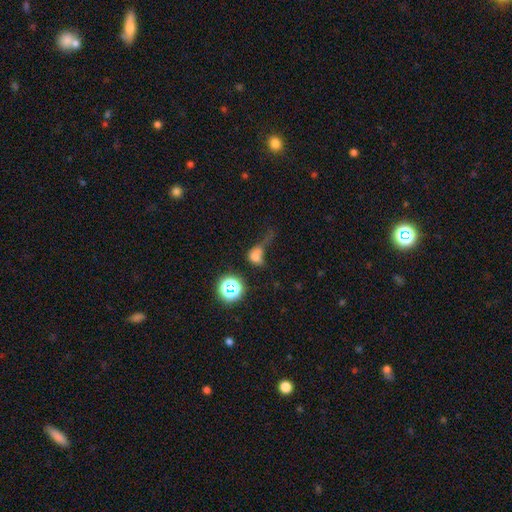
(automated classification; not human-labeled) A smooth galaxy with no disk features (59%) that is in between round and cigar-shaped (53%). Merging: major disturbance (39%).